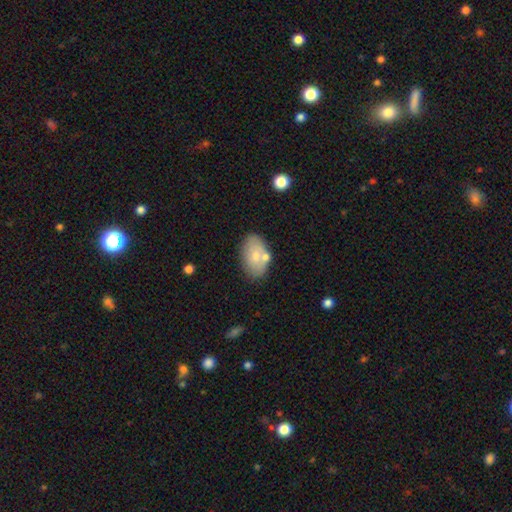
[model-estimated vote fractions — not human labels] A smooth galaxy with no disk features (71%) that is in between round and cigar-shaped (92%).

Vote fractions:
- Smooth or featured? smooth: 71% / featured or disk: 22% / star or artifact: 7%
- How rounded? in between: 92% / round: 7% / cigar-shaped: 1%
- Merging? none: 68% / minor disturbance: 16% / merger: 11% / major disturbance: 4%